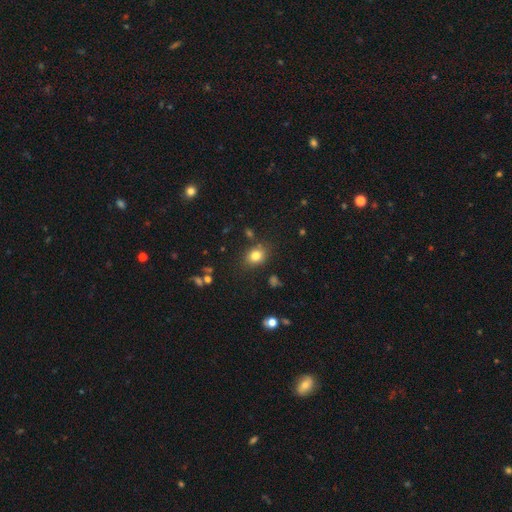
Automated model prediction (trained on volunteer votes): Smooth or featured: smooth — 80% (star or artifact — 12%)
How rounded: in between — 53% (round — 46%)
Merging: none — 79% (minor disturbance — 13%)